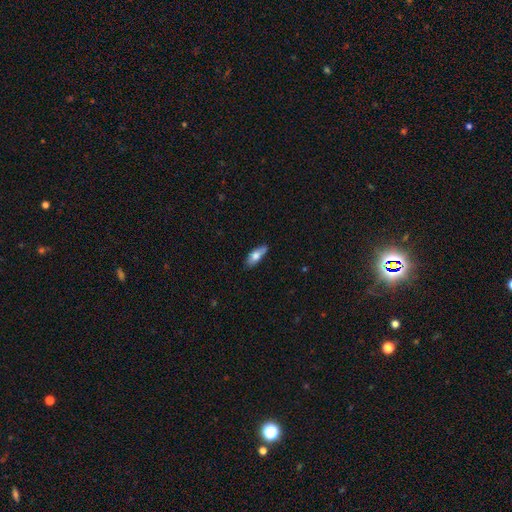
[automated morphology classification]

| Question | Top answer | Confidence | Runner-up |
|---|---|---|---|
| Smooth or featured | smooth | 70% | featured or disk (24%) |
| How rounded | in between | 75% | cigar-shaped (22%) |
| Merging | none | 65% | minor disturbance (25%) |